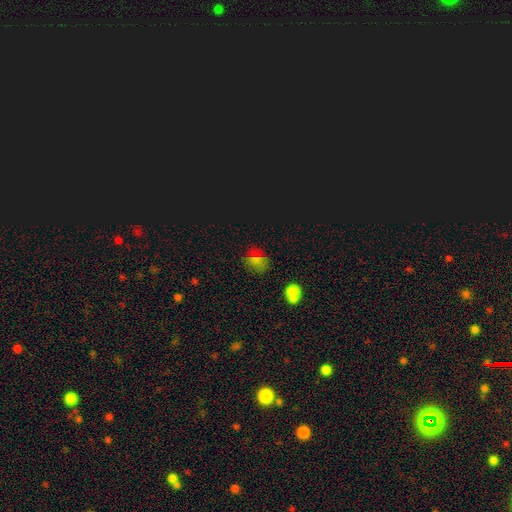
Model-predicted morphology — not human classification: This appears to be a smooth galaxy with no disk features (58%) that is round (67%). Merging: none (78%).